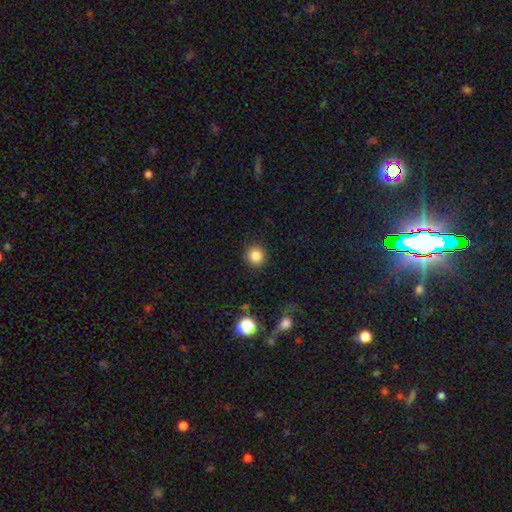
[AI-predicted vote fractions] Q: Smooth or featured?
A: smooth (83%); runner-up: star or artifact (11%)
Q: How rounded?
A: round (93%); runner-up: in between (6%)
Q: Merging?
A: none (91%); runner-up: minor disturbance (6%)